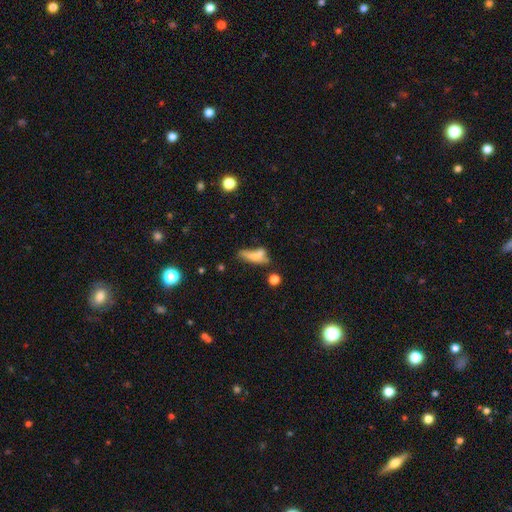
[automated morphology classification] smooth-or-featured: smooth: 64% | featured or disk: 23% | star or artifact: 12%
  how-rounded: in between: 53% | cigar-shaped: 42% | round: 5%
  merging: none: 33% | merger: 26% | minor disturbance: 22% | major disturbance: 19%